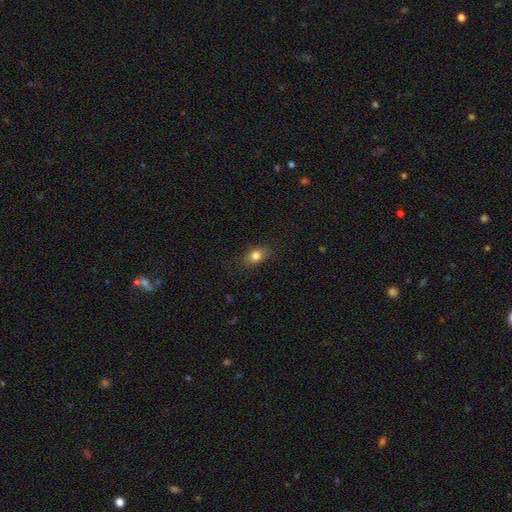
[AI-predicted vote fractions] A smooth galaxy with no disk features (79%) that is in between round and cigar-shaped (72%).

Vote fractions:
- Smooth or featured? smooth: 79% / star or artifact: 10% / featured or disk: 10%
- How rounded? in between: 72% / round: 24% / cigar-shaped: 4%
- Merging? none: 83% / minor disturbance: 13% / major disturbance: 3% / merger: 1%